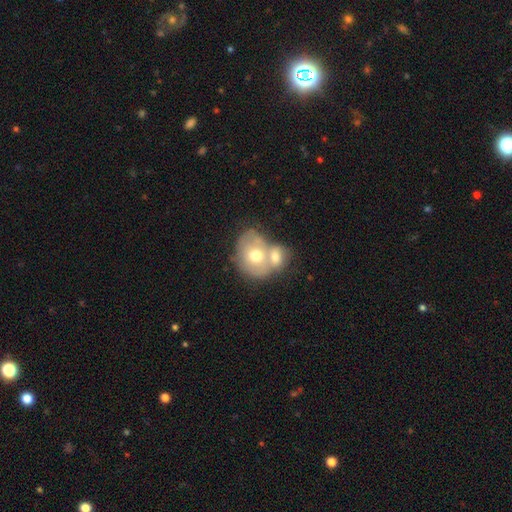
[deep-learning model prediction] Smooth or featured?
  - smooth: 58% *
  - featured or disk: 34%
  - star or artifact: 8%
How rounded?
  - round: 53% *
  - in between: 46%
  - cigar-shaped: 1%
Merging?
  - merger: 64% *
  - none: 23%
  - minor disturbance: 9%
  - major disturbance: 5%